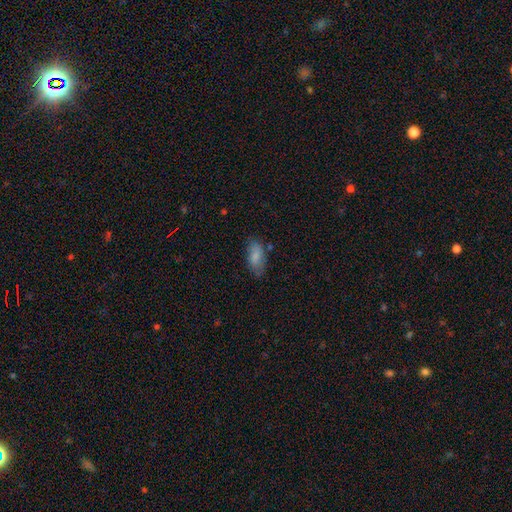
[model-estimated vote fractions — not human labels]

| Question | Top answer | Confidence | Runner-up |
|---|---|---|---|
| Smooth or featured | smooth | 80% | featured or disk (14%) |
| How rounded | in between | 87% | cigar-shaped (11%) |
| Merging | none | 71% | minor disturbance (21%) |